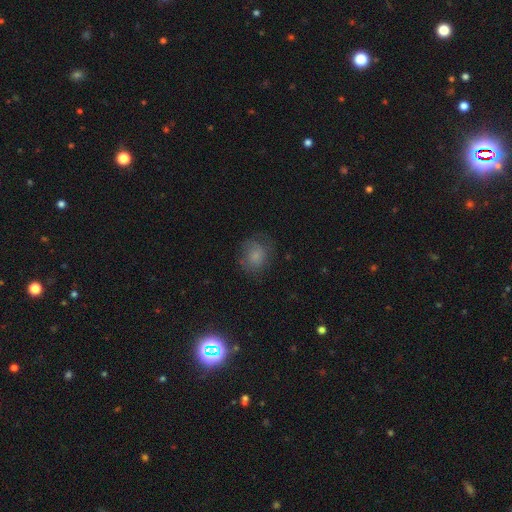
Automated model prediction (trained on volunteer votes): This is likely a smooth galaxy (71%). How rounded: likely round (70%). Merging: likely none (67%).